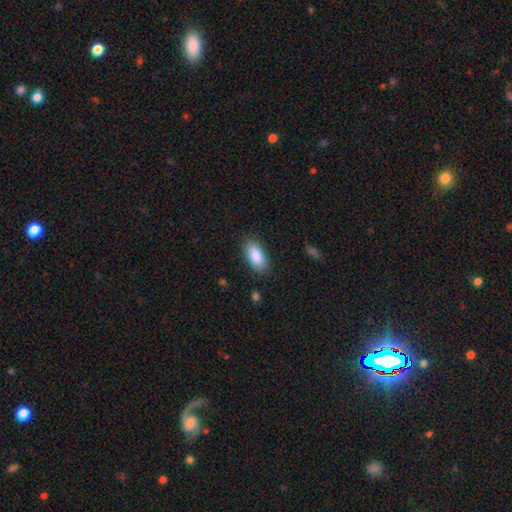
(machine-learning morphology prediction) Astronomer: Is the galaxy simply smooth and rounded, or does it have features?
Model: smooth — 87%.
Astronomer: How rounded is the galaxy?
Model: in between — 91%.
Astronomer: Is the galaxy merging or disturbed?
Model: none — 85%.